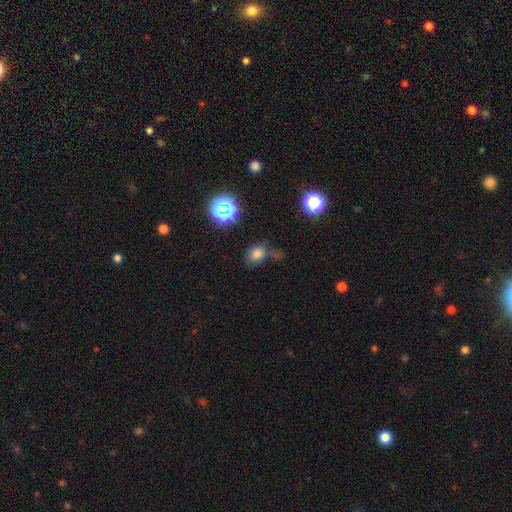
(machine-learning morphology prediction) smooth_or_featured: smooth (p=0.71) [alt: star or artifact p=0.20]
how_rounded: in between (p=0.62) [alt: round p=0.36]
merging: none (p=0.54) [alt: minor disturbance p=0.20]